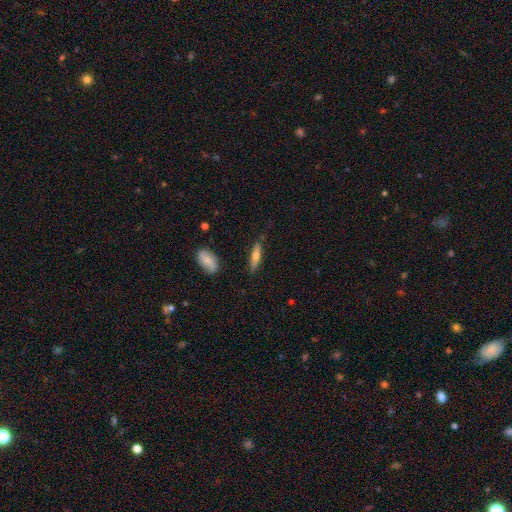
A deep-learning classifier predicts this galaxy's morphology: Q: Smooth or featured?
A: smooth (54%); runner-up: featured or disk (40%)
Q: How rounded?
A: cigar-shaped (72%); runner-up: in between (26%)
Q: Merging?
A: none (83%); runner-up: minor disturbance (12%)